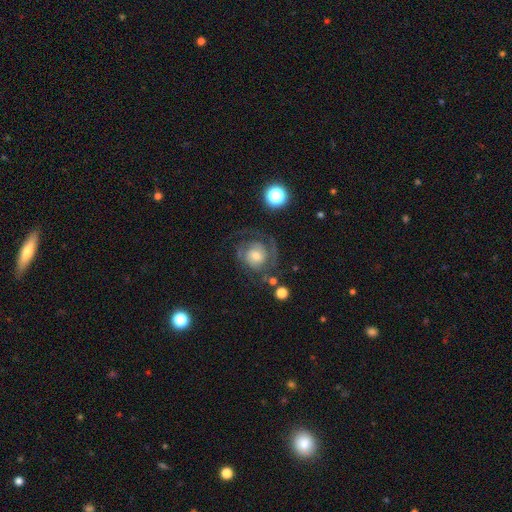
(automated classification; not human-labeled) Smooth or featured?
  - featured or disk: 74% *
  - smooth: 18%
  - star or artifact: 8%
Edge-on disk?
  - no: 98% *
  - yes: 2%
Bar?
  - no: 73% *
  - weak: 23%
  - strong: 4%
Spiral arms?
  - yes: 90% *
  - no: 10%
Spiral winding?
  - tight: 50% *
  - medium: 37%
  - loose: 13%
Spiral arm count?
  - 2: 49% *
  - can't tell: 22%
  - 3: 11%
  - 1: 10%
  - 4: 4%
  - more than 4: 4%
Bulge size?
  - moderate: 50% *
  - small: 28%
  - large: 16%
  - none: 4%
  - dominant: 2%
Merging?
  - none: 62% *
  - major disturbance: 18%
  - minor disturbance: 17%
  - merger: 3%